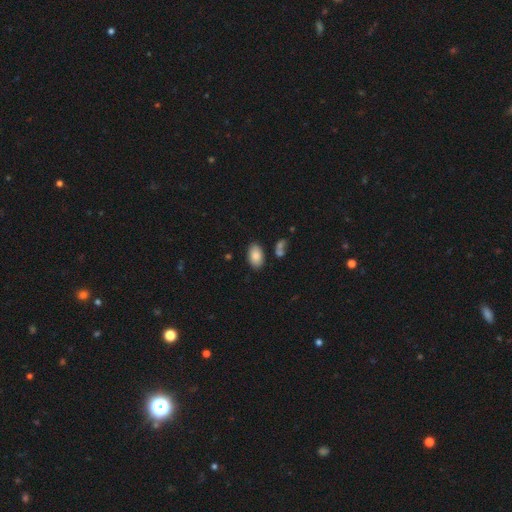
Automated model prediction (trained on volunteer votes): Smooth or featured? smooth (86%)
How rounded? in between (93%)
Merging? none (81%)